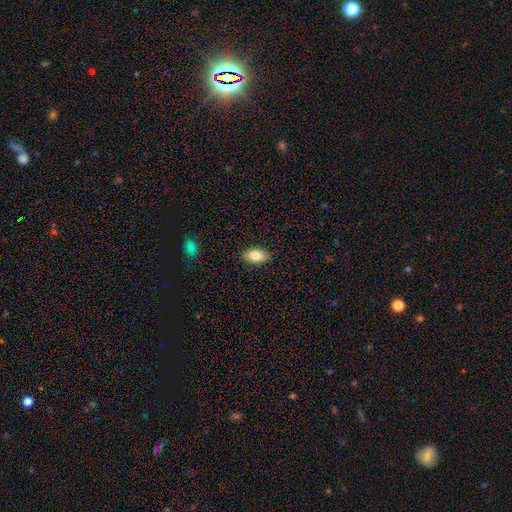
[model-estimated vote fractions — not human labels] Smooth or featured? smooth (82%)
How rounded? in between (92%)
Merging? none (89%)